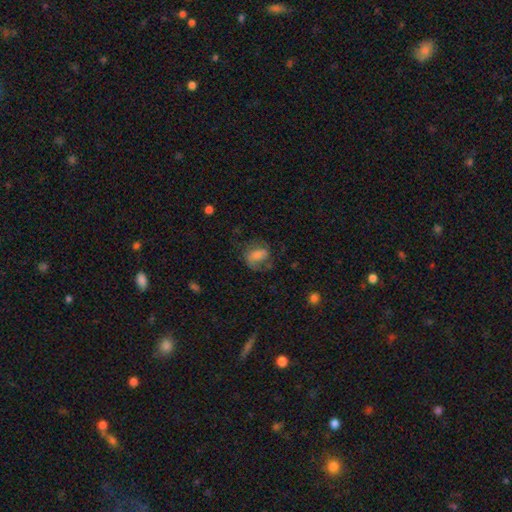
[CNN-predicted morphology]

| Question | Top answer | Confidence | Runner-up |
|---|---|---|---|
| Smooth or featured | smooth | 52% | featured or disk (39%) |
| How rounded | in between | 60% | round (39%) |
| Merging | none | 53% | minor disturbance (23%) |